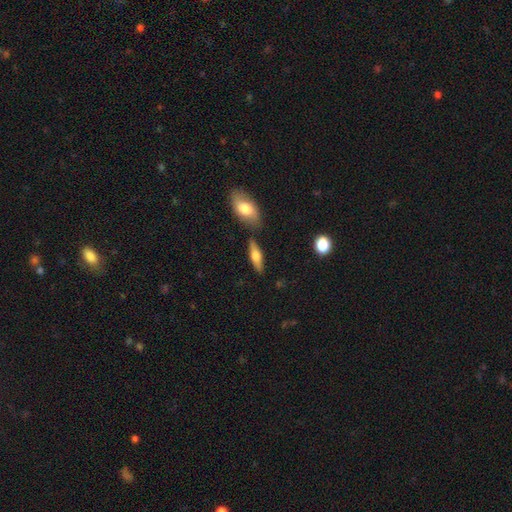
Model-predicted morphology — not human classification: Smooth or featured? smooth (52%)
How rounded? in between (49%)
Merging? none (77%)